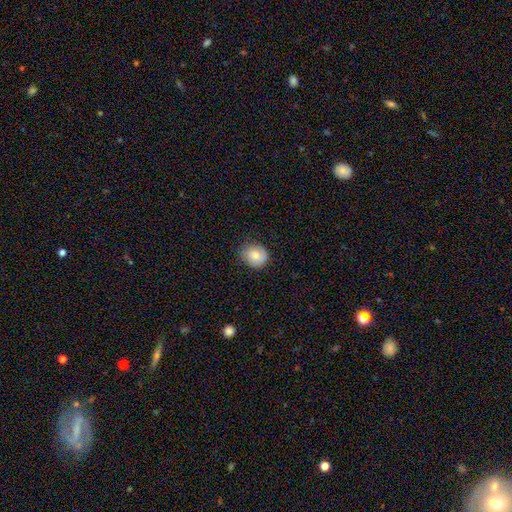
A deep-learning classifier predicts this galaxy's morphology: type=smooth (75%); roundness=round (63%); merging=none (73%).